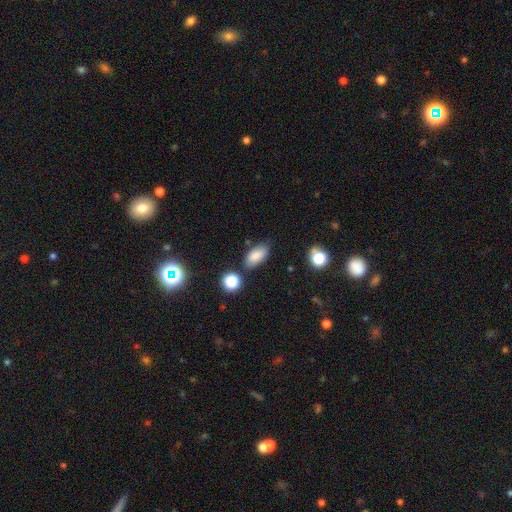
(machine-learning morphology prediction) Overall: smooth (83%). How rounded: in between (90%). Merging: none (76%).